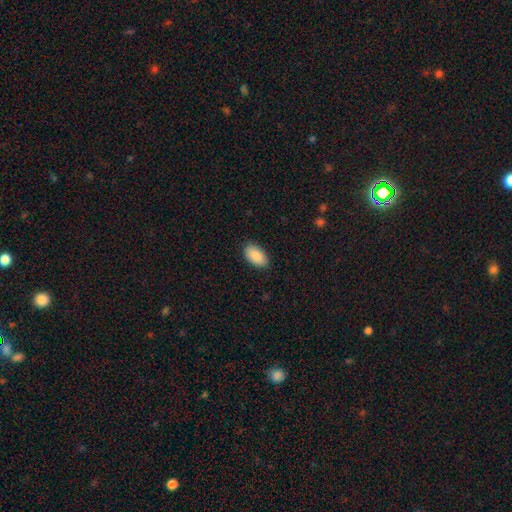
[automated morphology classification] A smooth galaxy with no disk features (90%) that is in between round and cigar-shaped (95%). Merging: none (87%).